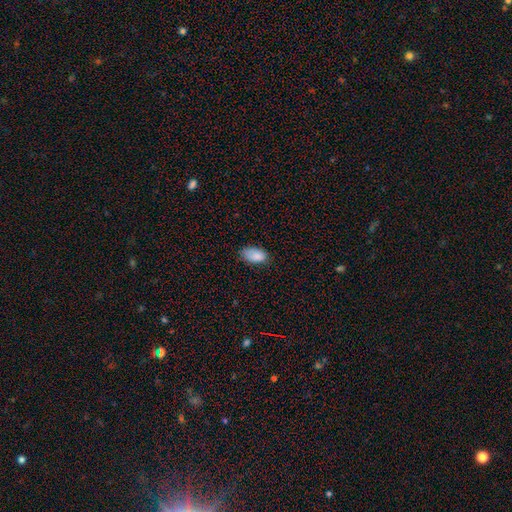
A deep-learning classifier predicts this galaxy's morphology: type=smooth (86%); roundness=in between (93%); merging=none (67%).